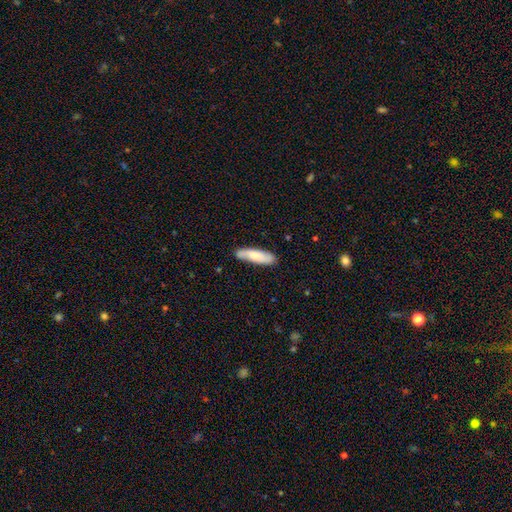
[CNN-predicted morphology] The model was most divided on "how rounded": cigar-shaped: 60%, in between: 39%, round: 2%. More confident: merging — none (81%); smooth or featured — smooth (73%).